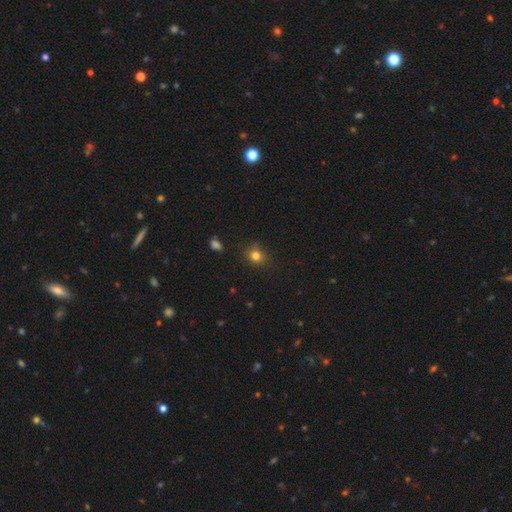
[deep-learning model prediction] smooth 80%, star or artifact 14%, featured or disk 6%. Down the decision tree: how rounded — round (76%); merging — none (77%).